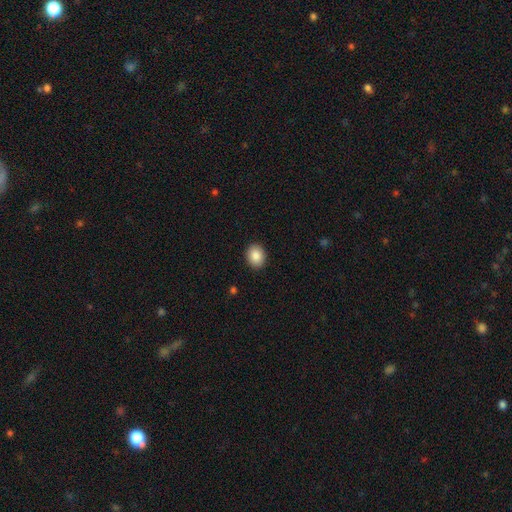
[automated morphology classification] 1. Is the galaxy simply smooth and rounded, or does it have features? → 88% smooth, 8% star or artifact, 4% featured or disk.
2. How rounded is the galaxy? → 53% round, 46% in between, 1% cigar-shaped.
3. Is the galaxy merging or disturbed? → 91% none, 6% minor disturbance, 2% major disturbance, 1% merger.